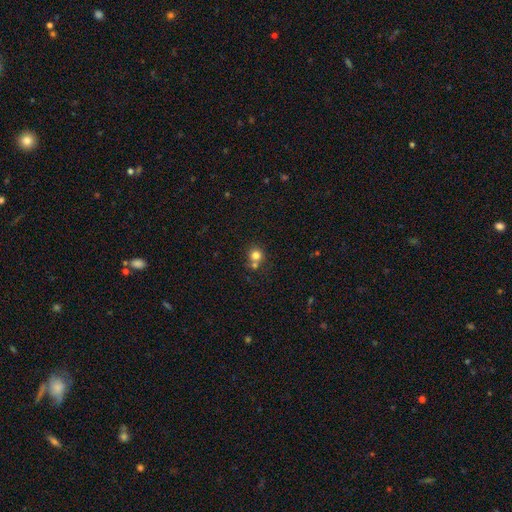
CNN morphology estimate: smooth_or_featured: smooth (p=0.79) [alt: star or artifact p=0.13]
how_rounded: round (p=0.89) [alt: in between p=0.10]
merging: none (p=0.57) [alt: merger p=0.30]